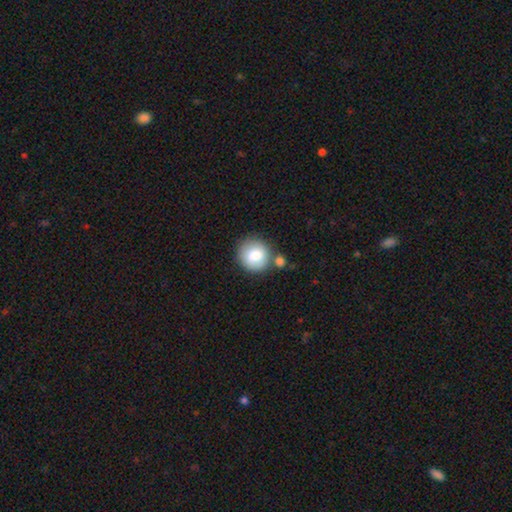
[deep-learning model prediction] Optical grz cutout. It shows a smooth galaxy with no disk features (82%) that is round (90%). Merging: none (68%).